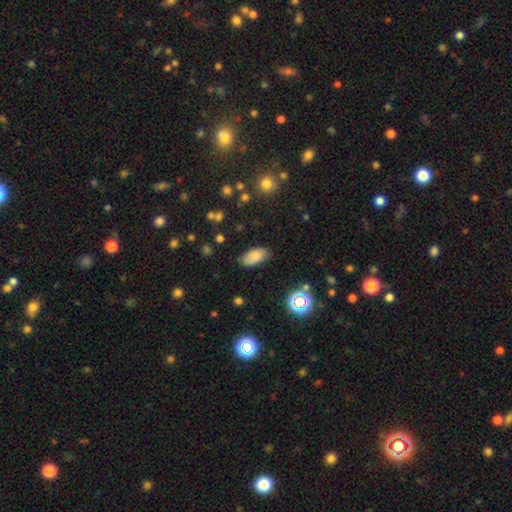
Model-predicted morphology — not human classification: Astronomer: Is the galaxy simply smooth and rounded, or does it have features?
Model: smooth — 81%.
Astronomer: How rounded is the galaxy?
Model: in between — 93%.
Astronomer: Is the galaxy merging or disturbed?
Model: none — 80%.